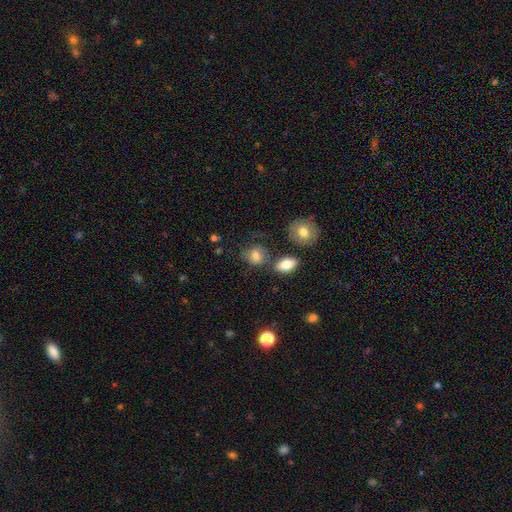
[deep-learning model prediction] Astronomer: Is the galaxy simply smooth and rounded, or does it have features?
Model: smooth — 80%.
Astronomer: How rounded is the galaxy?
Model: round — 53% (runner-up: in between, 46%).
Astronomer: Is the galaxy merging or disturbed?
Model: none — 56%.